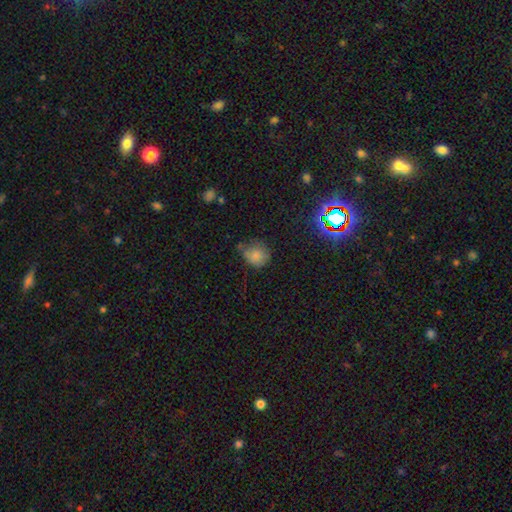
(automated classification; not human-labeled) Q: Smooth or featured?
A: smooth (78%); runner-up: star or artifact (14%)
Q: How rounded?
A: round (77%); runner-up: in between (22%)
Q: Merging?
A: none (54%); runner-up: minor disturbance (31%)